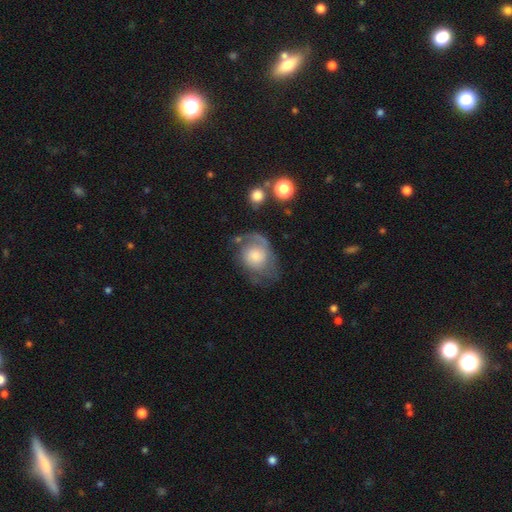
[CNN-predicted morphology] A featured or disk galaxy (58%) with no bar (77%), spiral arms (83%) and a moderate central bulge (37%). Merging: none (44%).